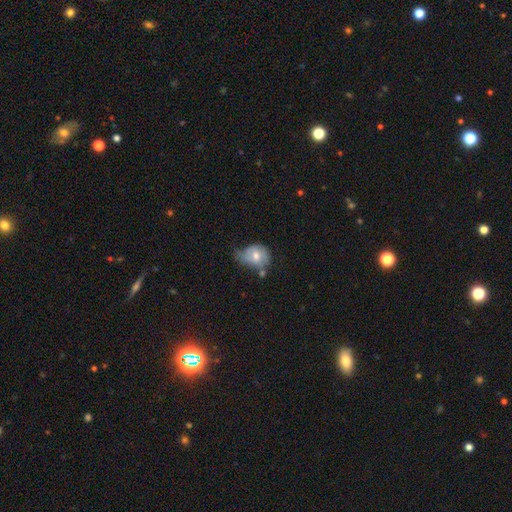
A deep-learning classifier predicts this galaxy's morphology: type=smooth (54%); roundness=in between (50%); merging=minor disturbance (37%).